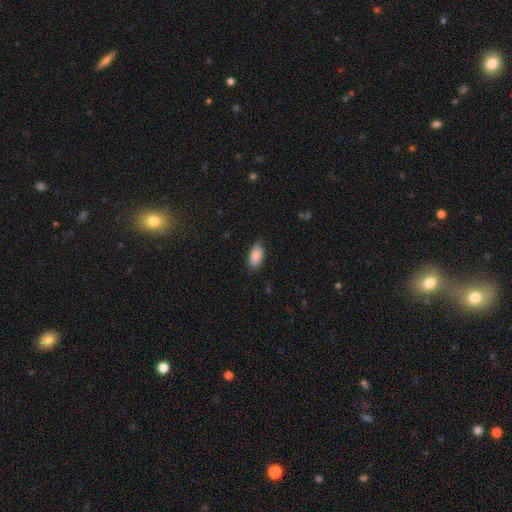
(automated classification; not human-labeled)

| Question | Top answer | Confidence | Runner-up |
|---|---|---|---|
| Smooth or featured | smooth | 85% | featured or disk (8%) |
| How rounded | in between | 93% | round (4%) |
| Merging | none | 80% | minor disturbance (16%) |